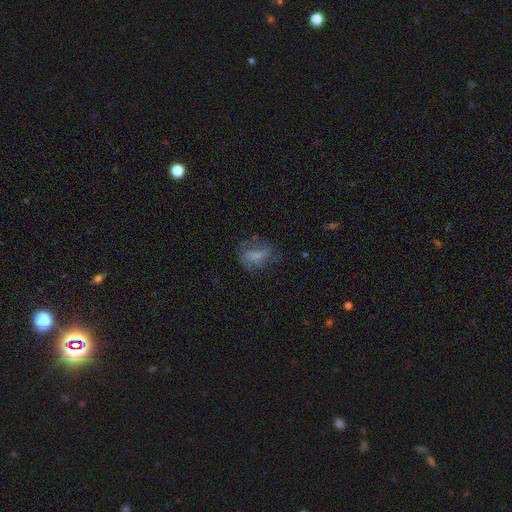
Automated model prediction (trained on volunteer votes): Smooth or featured? Predicted: smooth (p=0.54). How rounded? Predicted: in between (p=0.74). Merging? Predicted: none (p=0.54).